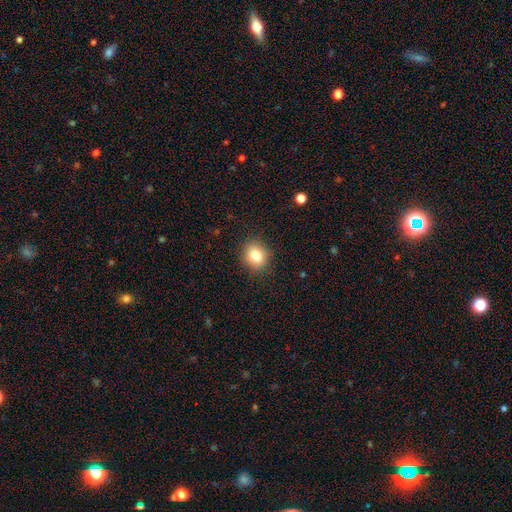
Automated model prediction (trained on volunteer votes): A smooth galaxy with no disk features (82%) that is round (83%). Merging: none (90%).